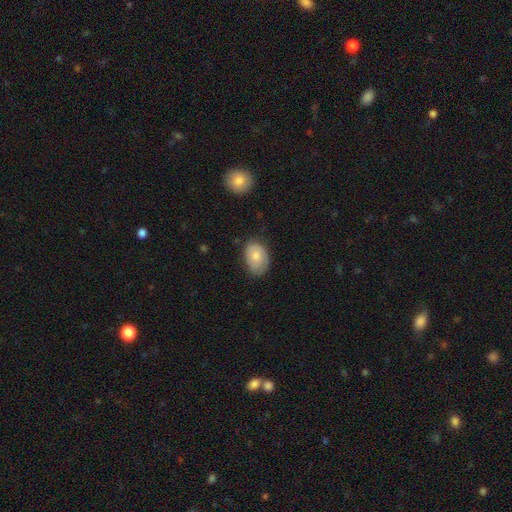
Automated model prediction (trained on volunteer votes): Overall: smooth (73%). How rounded: in between (82%). Merging: none (71%).